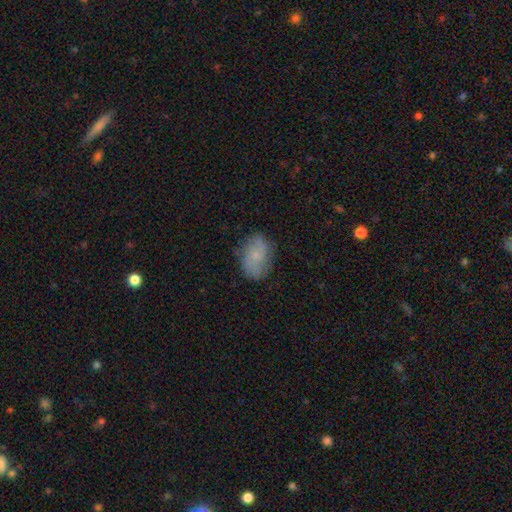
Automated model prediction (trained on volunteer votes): smooth 63%, featured or disk 28%, star or artifact 9%. Down the decision tree: how rounded — in between (82%); merging — none (73%).